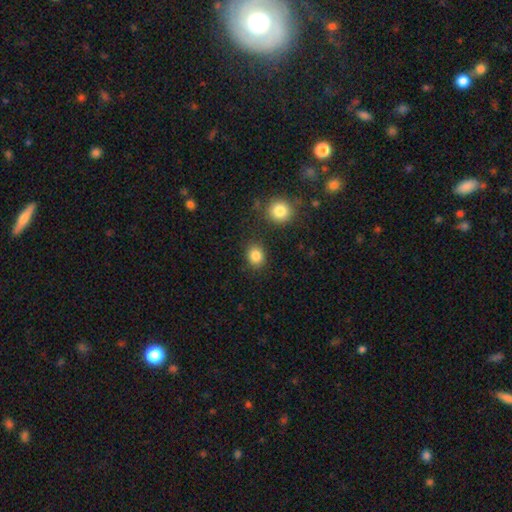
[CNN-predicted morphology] A smooth galaxy with no disk features (85%) that is round (68%). Merging: none (83%).